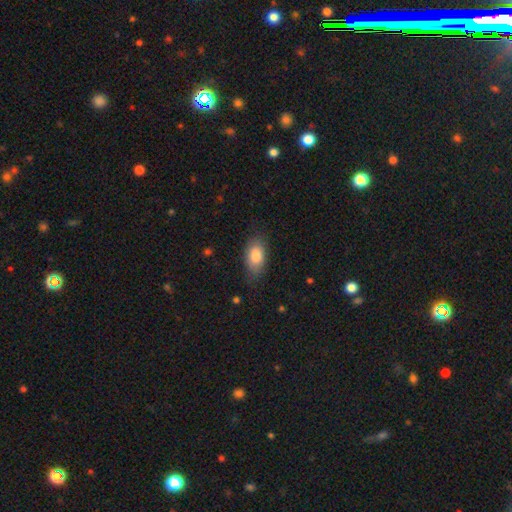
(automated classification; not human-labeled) A smooth galaxy with no disk features (84%) that is in between round and cigar-shaped (91%).

Vote fractions:
- Smooth or featured? smooth: 84% / featured or disk: 10% / star or artifact: 6%
- How rounded? in between: 91% / round: 5% / cigar-shaped: 3%
- Merging? none: 75% / minor disturbance: 19% / major disturbance: 5% / merger: 1%